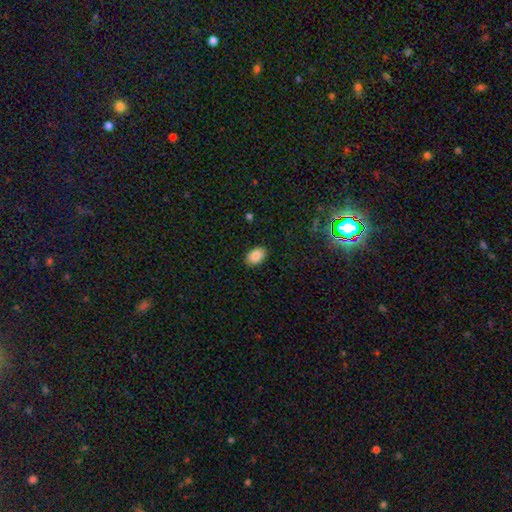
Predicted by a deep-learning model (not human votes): The model was most divided on "how rounded": in between: 87%, round: 12%, cigar-shaped: 1%. More confident: merging — none (89%); smooth or featured — smooth (88%).